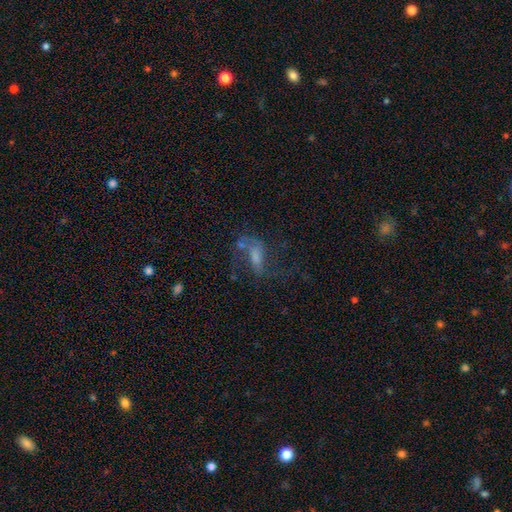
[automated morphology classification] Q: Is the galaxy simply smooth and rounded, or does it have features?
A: featured or disk — 61%.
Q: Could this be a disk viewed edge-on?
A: no — 91%.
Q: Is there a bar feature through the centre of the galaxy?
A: weak — 43%.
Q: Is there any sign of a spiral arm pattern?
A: yes — 74%.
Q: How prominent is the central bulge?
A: moderate — 34%.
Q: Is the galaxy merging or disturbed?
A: none — 45%.